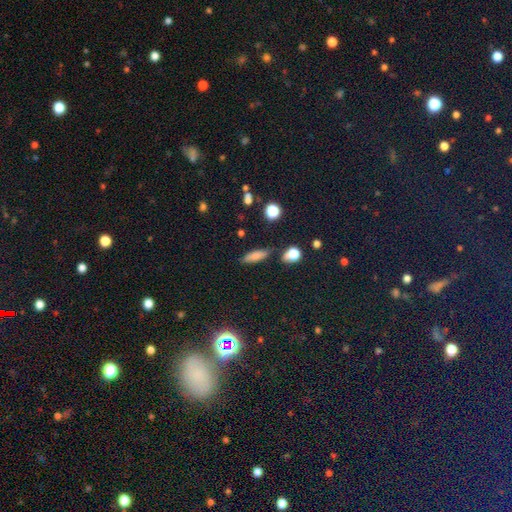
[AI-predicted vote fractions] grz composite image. It shows a smooth galaxy with no disk features (76%) that is cigar-shaped (53%). Merging: none (78%).